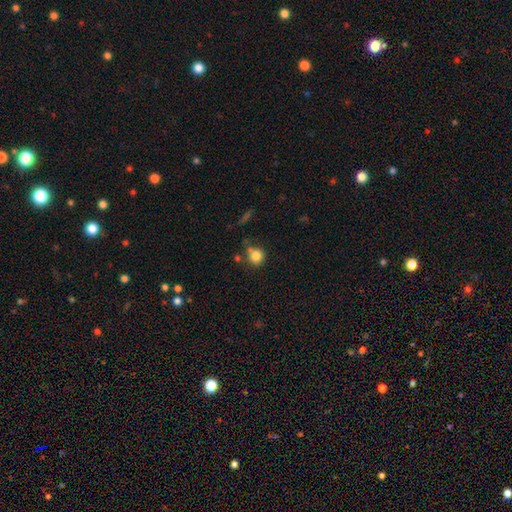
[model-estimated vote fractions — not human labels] The model was most divided on "merging": none: 65%, minor disturbance: 17%, merger: 12%, major disturbance: 6%. More confident: how rounded — round (86%); smooth or featured — smooth (82%).